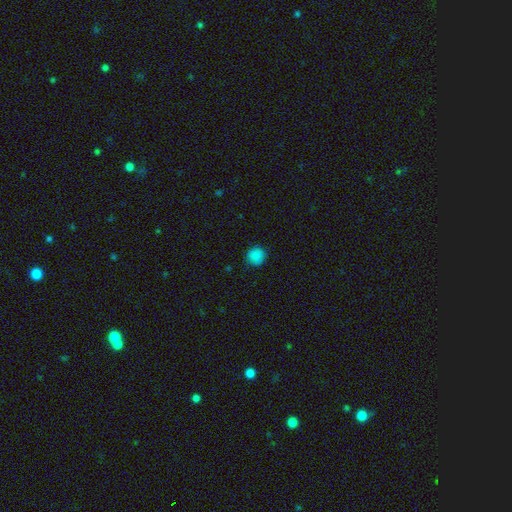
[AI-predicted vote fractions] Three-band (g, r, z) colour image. It shows a smooth galaxy with no disk features (86%) that is round (90%). Merging: none (86%).